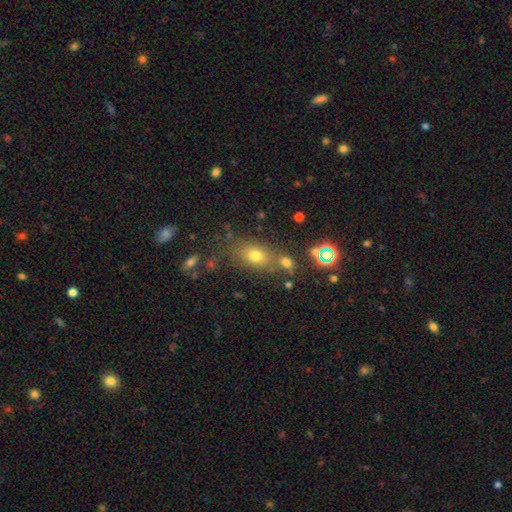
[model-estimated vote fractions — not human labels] Smooth or featured? Predicted: smooth (p=0.68). How rounded? Predicted: in between (p=0.67). Merging? Predicted: none (p=0.63).